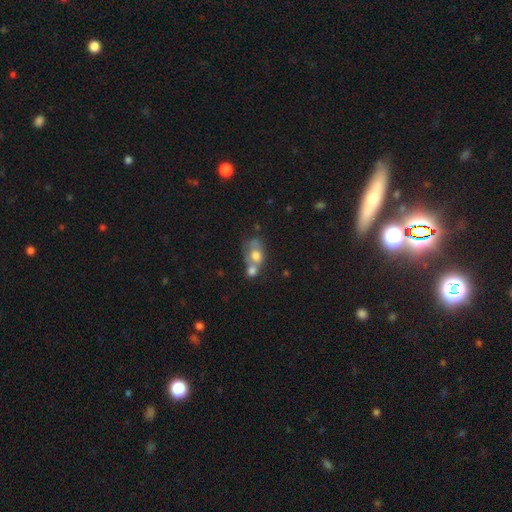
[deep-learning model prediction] Smooth or featured?
  - smooth: 64% *
  - featured or disk: 26%
  - star or artifact: 10%
How rounded?
  - in between: 64% *
  - round: 34%
  - cigar-shaped: 2%
Merging?
  - merger: 64% *
  - none: 18%
  - minor disturbance: 10%
  - major disturbance: 9%